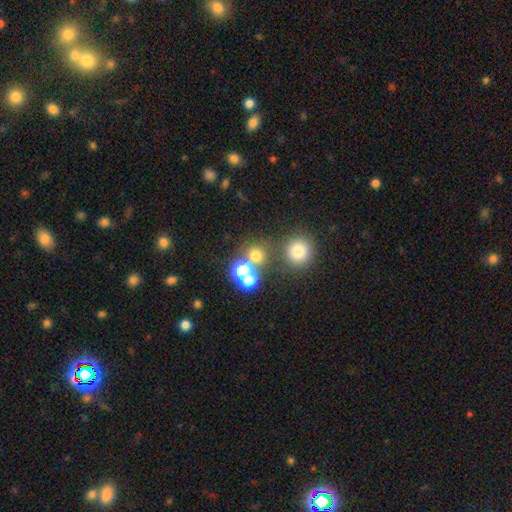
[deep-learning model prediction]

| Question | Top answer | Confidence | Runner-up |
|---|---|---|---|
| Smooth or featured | smooth | 65% | star or artifact (25%) |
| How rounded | round | 87% | in between (11%) |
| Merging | none | 62% | merger (26%) |